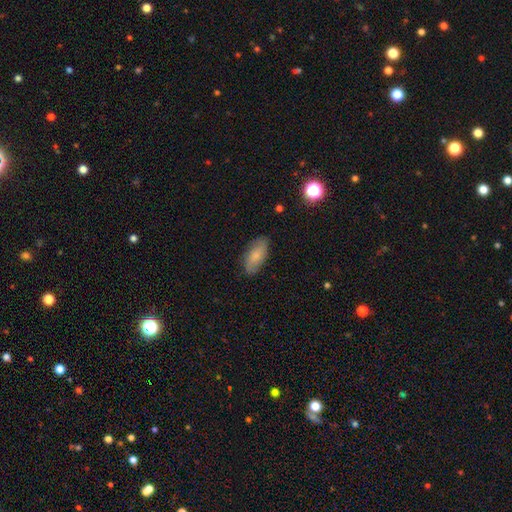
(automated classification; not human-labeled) This appears to be a smooth galaxy with no disk features (72%) that is in between round and cigar-shaped (87%). Merging: none (82%).